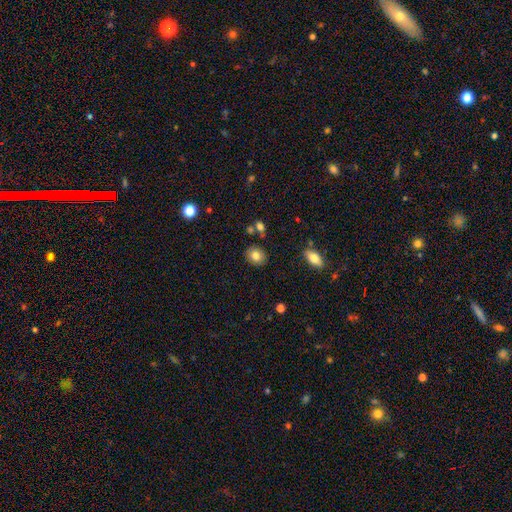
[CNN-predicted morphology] A smooth galaxy with no disk features (80%) that is round (64%). Merging: none (85%).